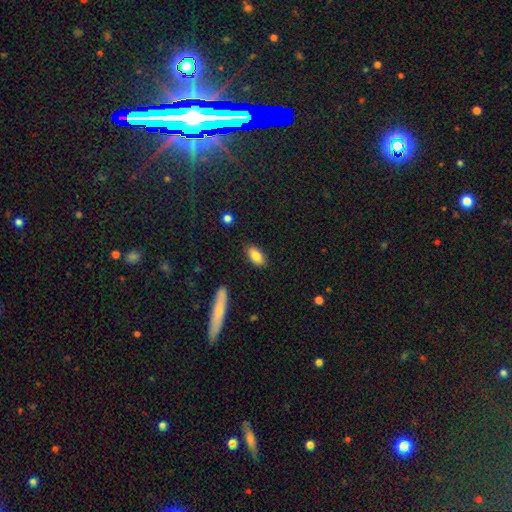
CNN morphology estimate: Smooth or featured?
  - smooth: 82% *
  - featured or disk: 11%
  - star or artifact: 7%
How rounded?
  - in between: 88% *
  - cigar-shaped: 8%
  - round: 4%
Merging?
  - none: 86% *
  - minor disturbance: 10%
  - major disturbance: 2%
  - merger: 2%